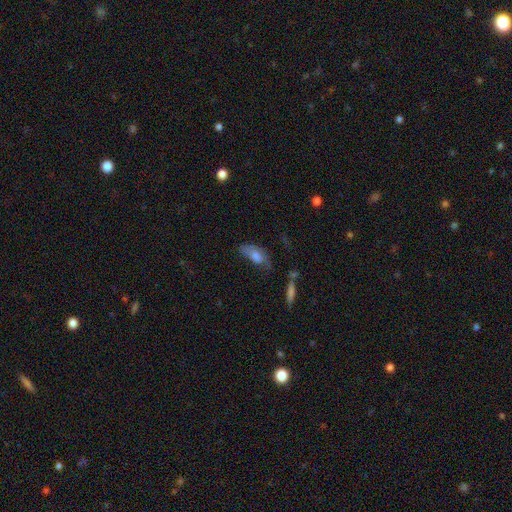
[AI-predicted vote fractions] Q: Smooth or featured?
A: smooth (66%); runner-up: featured or disk (25%)
Q: How rounded?
A: in between (82%); runner-up: cigar-shaped (14%)
Q: Merging?
A: none (38%); runner-up: minor disturbance (33%)